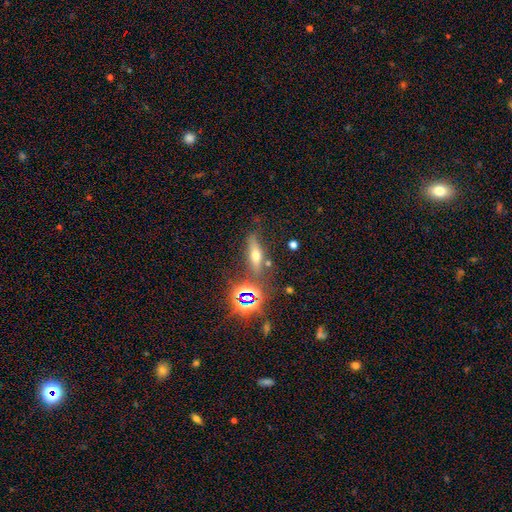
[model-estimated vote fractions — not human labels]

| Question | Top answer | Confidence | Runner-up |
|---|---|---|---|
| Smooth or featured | smooth | 42% | featured or disk (36%) |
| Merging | none | 72% | minor disturbance (15%) |